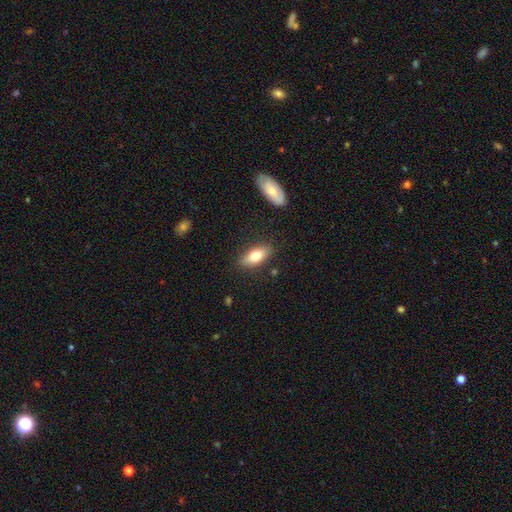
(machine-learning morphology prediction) Smooth or featured? Predicted: smooth (p=0.72). How rounded? Predicted: in between (p=0.78). Merging? Predicted: none (p=0.84).